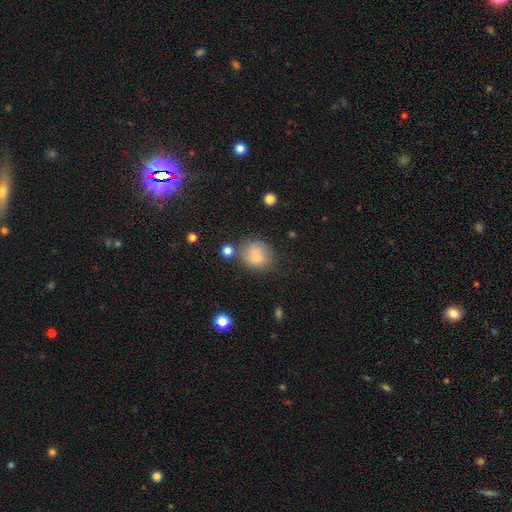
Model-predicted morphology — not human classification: smooth-or-featured: smooth: 80% | featured or disk: 10% | star or artifact: 10%
  how-rounded: round: 74% | in between: 25% | cigar-shaped: 1%
  merging: none: 66% | minor disturbance: 19% | merger: 9% | major disturbance: 6%